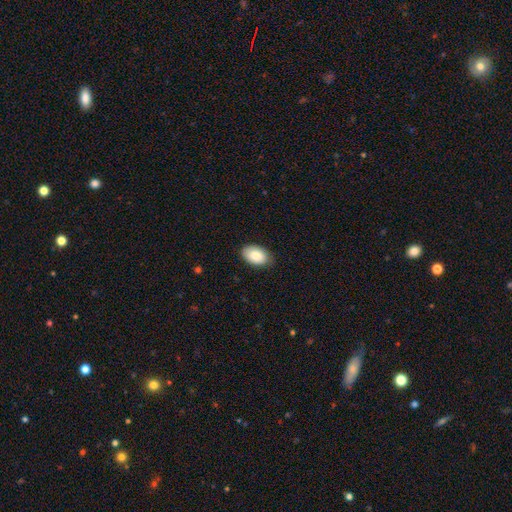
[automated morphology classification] A smooth galaxy with no disk features (84%) that is in between round and cigar-shaped (91%).

Vote fractions:
- Smooth or featured? smooth: 84% / featured or disk: 10% / star or artifact: 7%
- How rounded? in between: 91% / round: 8% / cigar-shaped: 1%
- Merging? none: 84% / minor disturbance: 13% / major disturbance: 2% / merger: 1%